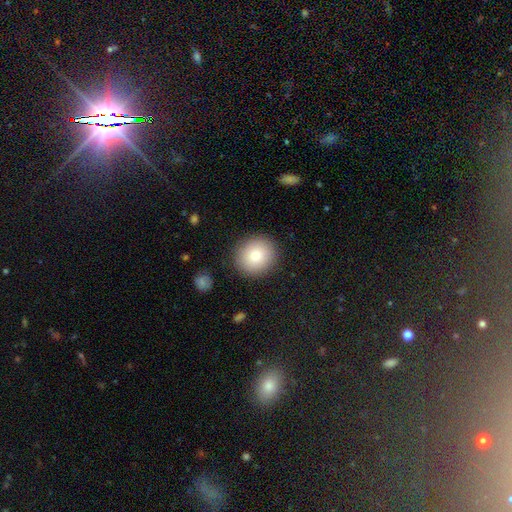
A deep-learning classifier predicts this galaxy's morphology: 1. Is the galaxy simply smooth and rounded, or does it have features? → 83% smooth, 9% featured or disk, 8% star or artifact.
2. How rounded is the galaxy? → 86% round, 13% in between, 1% cigar-shaped.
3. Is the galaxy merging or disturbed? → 89% none, 7% minor disturbance, 2% major disturbance, 1% merger.